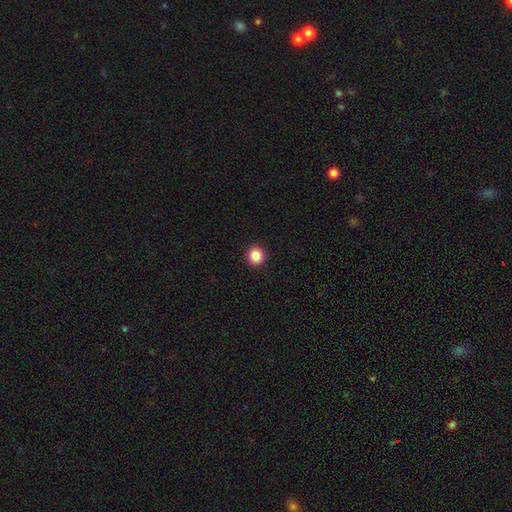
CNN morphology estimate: A smooth galaxy with no disk features (87%) that is round (89%). Merging: none (93%).